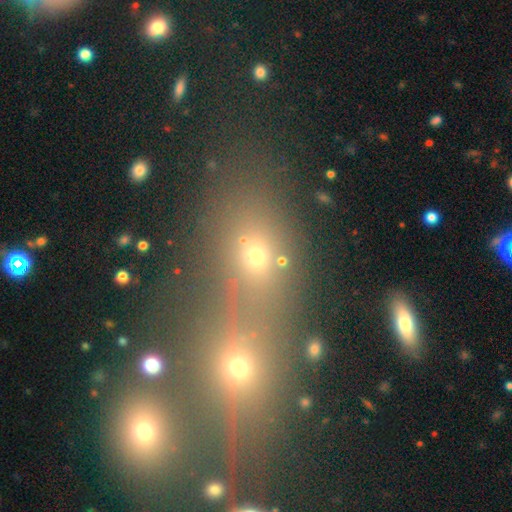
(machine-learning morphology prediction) Smooth or featured? smooth (55%)
How rounded? in between (51%)
Merging? merger (57%)